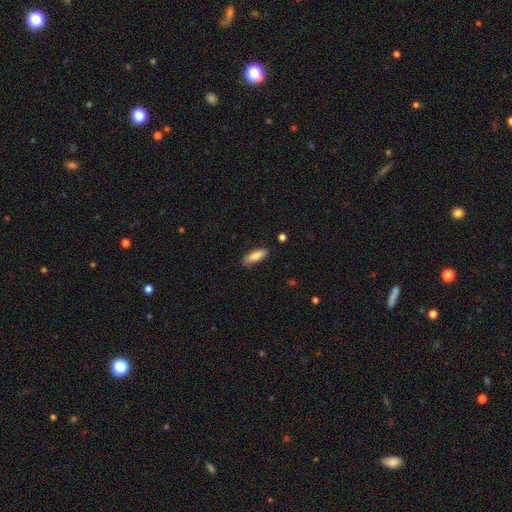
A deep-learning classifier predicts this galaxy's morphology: This is clearly a smooth galaxy (85%). How rounded: possibly in between (58%). Merging: likely none (80%).